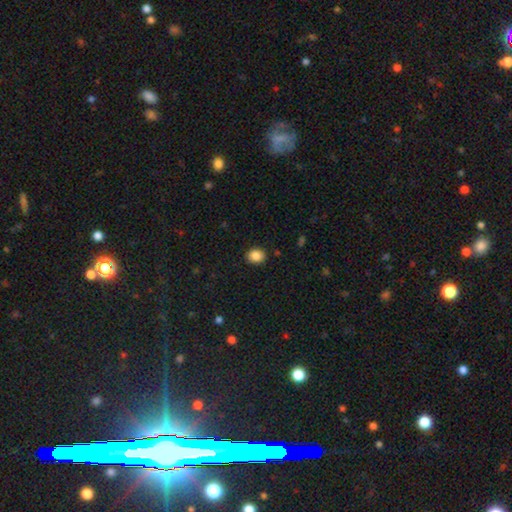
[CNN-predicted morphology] smooth-or-featured: smooth: 87% | star or artifact: 9% | featured or disk: 4%
  how-rounded: round: 61% | in between: 38% | cigar-shaped: 1%
  merging: none: 88% | minor disturbance: 8% | major disturbance: 2% | merger: 1%